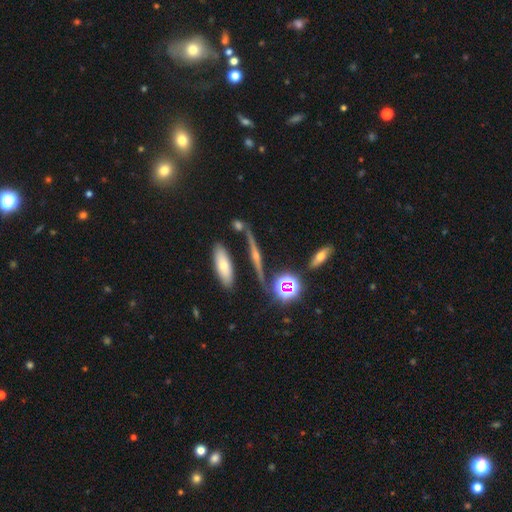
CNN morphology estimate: Smooth or featured?
  - featured or disk: 44% *
  - smooth: 36%
  - star or artifact: 20%
Merging?
  - none: 68% *
  - minor disturbance: 13%
  - merger: 12%
  - major disturbance: 7%